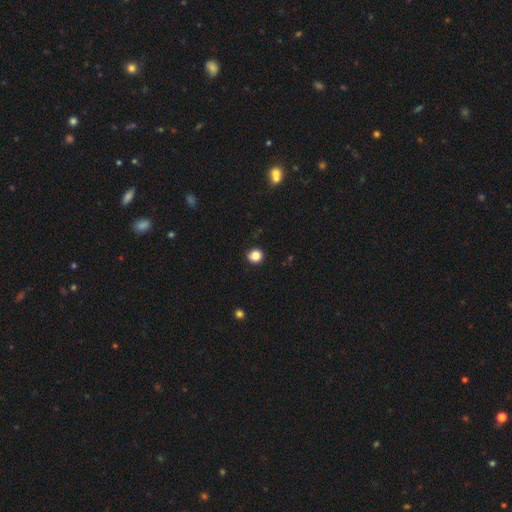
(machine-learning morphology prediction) Smooth or featured? smooth (85%)
How rounded? round (90%)
Merging? none (91%)